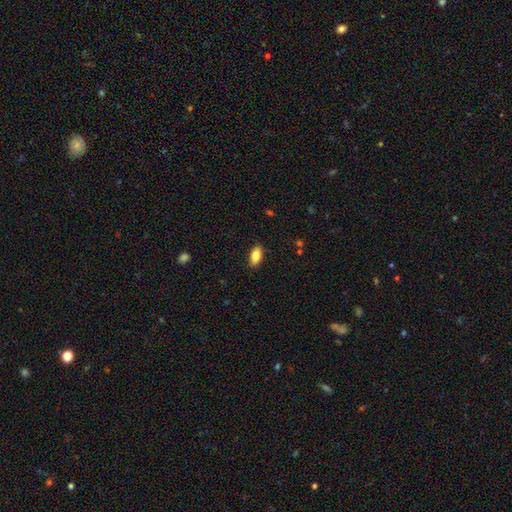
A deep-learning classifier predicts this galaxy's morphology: smooth-or-featured: smooth: 82% | featured or disk: 11% | star or artifact: 7%
  how-rounded: in between: 86% | cigar-shaped: 11% | round: 3%
  merging: none: 88% | minor disturbance: 9% | major disturbance: 2% | merger: 1%